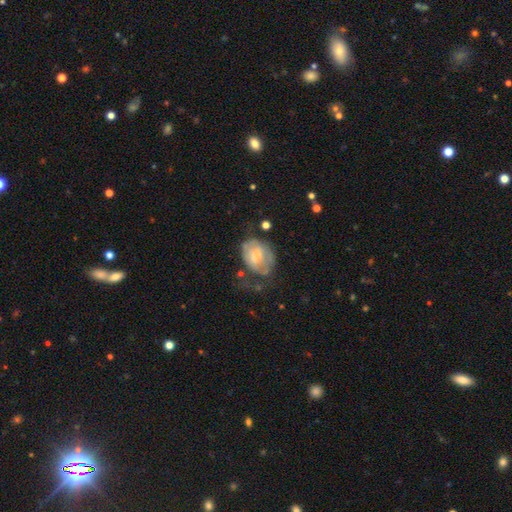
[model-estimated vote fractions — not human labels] The model was most divided on "merging": none: 34%, major disturbance: 32%, minor disturbance: 30%, merger: 5%. More confident: how rounded — in between (64%); smooth or featured — smooth (51%).